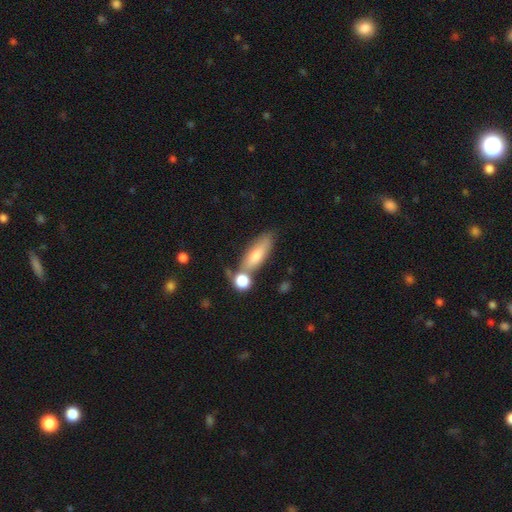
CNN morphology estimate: Smooth or featured? Predicted: smooth (p=0.67). How rounded? Predicted: in between (p=0.53). Merging? Predicted: none (p=0.59).